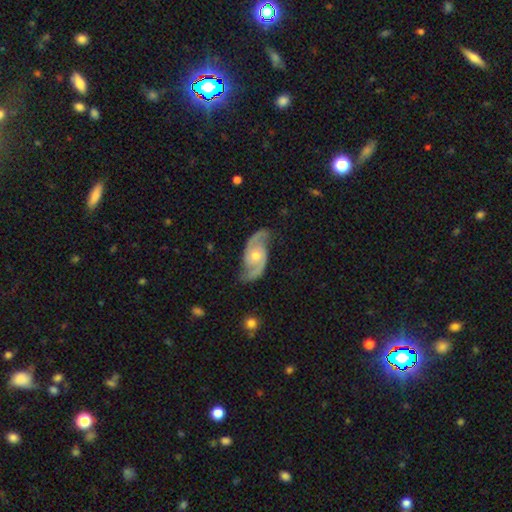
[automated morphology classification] Smooth or featured? Predicted: featured or disk (p=0.90). Edge-on disk? Predicted: no (p=0.96). Bar? Predicted: no (p=0.66). Spiral arms? Predicted: yes (p=0.97). Spiral winding? Predicted: medium (p=0.50). Spiral arm count? Predicted: 2 (p=0.93). Bulge size? Predicted: moderate (p=0.65). Merging? Predicted: none (p=0.80).